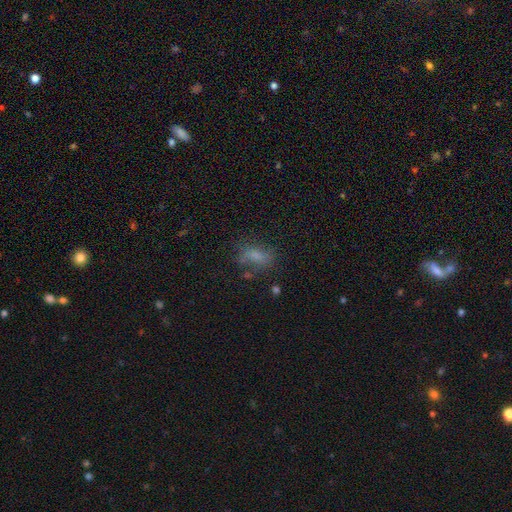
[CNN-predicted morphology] This appears to be a smooth galaxy with no disk features (64%) that is in between round and cigar-shaped (76%). Merging: none (56%).